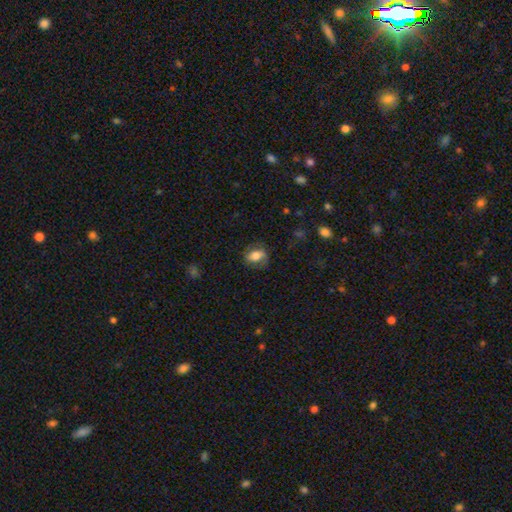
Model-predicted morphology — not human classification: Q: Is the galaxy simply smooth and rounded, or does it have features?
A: smooth — 63%.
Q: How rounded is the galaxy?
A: in between — 73%.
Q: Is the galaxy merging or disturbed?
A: none — 71%.